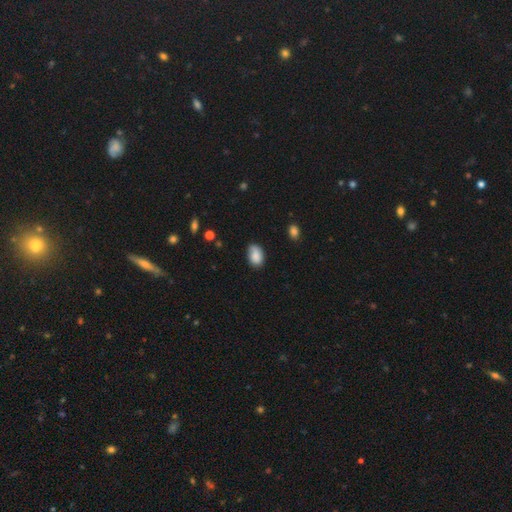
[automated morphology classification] Overall: smooth (84%). How rounded: in between (88%). Merging: none (67%).